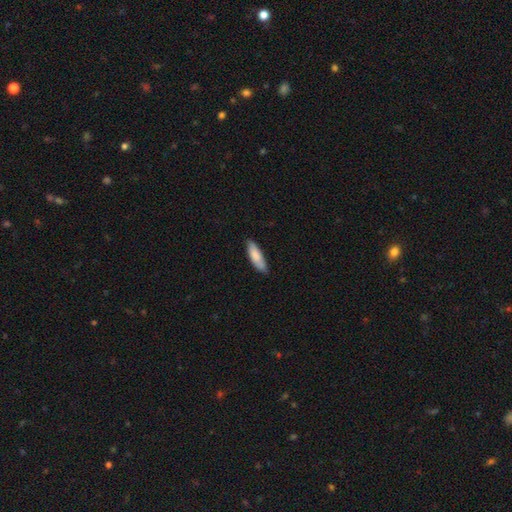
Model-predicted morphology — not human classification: This appears to be a smooth galaxy with no disk features (83%) that is in between round and cigar-shaped (52%). Merging: none (78%).